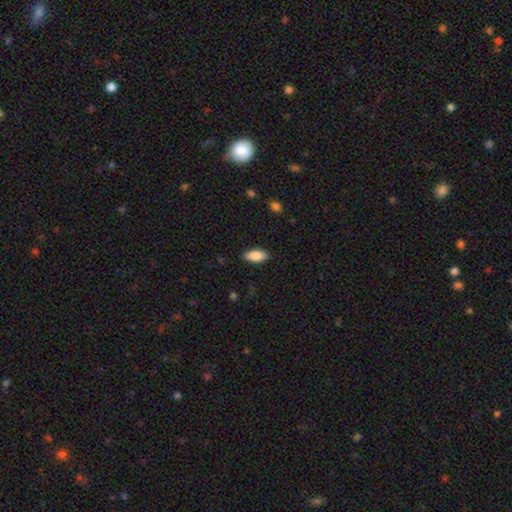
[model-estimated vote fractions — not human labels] smooth-or-featured: smooth: 85% | featured or disk: 9% | star or artifact: 6%
  how-rounded: in between: 85% | cigar-shaped: 13% | round: 2%
  merging: none: 87% | minor disturbance: 10% | major disturbance: 2% | merger: 1%